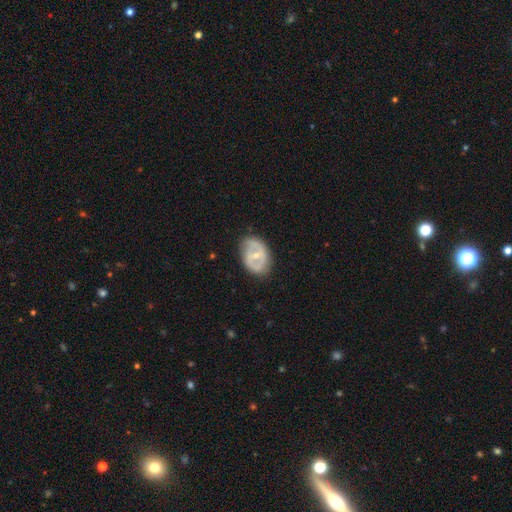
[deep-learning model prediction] smooth-or-featured: featured or disk: 67% | smooth: 28% | star or artifact: 6%
  disk-edge-on: no: 95% | yes: 5%
    bar: weak: 42% | strong: 30% | no: 28%
    has-spiral-arms: no: 55% | yes: 45%
    bulge-size: small: 48% (tied) | moderate: 48% (tied) | none: 2% | large: 2% | dominant: 1%
  merging: none: 73% | minor disturbance: 20% | major disturbance: 6% | merger: 1%